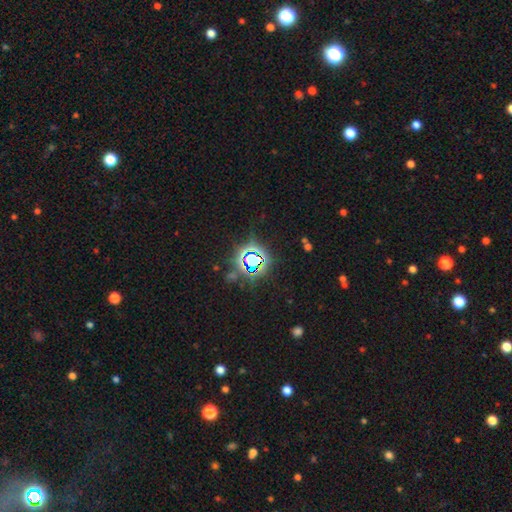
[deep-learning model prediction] A star or artifact, not a galaxy (74%).

Vote fractions:
- Smooth or featured? star or artifact: 74% / smooth: 16% / featured or disk: 10%